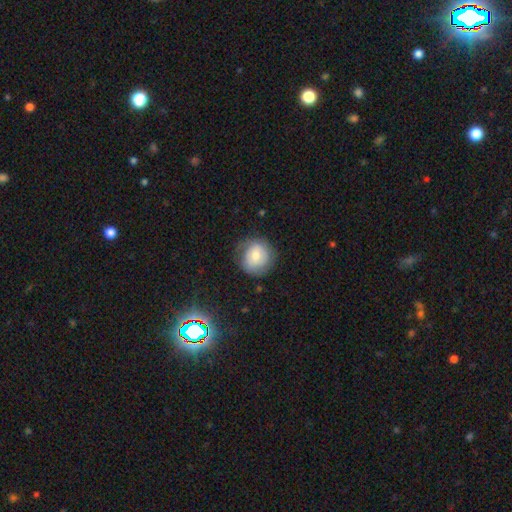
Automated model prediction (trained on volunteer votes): smooth_or_featured: smooth (p=0.65) [alt: featured or disk p=0.26]
how_rounded: round (p=0.87) [alt: in between p=0.12]
merging: none (p=0.71) [alt: minor disturbance p=0.19]